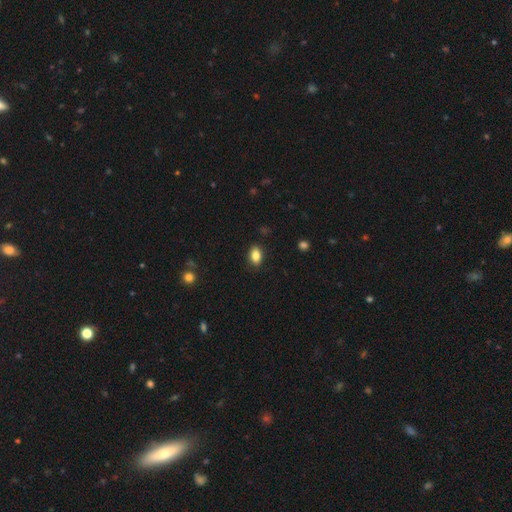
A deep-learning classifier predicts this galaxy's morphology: smooth_or_featured: smooth (p=0.85) [alt: star or artifact p=0.09]
how_rounded: in between (p=0.85) [alt: round p=0.13]
merging: none (p=0.88) [alt: minor disturbance p=0.09]